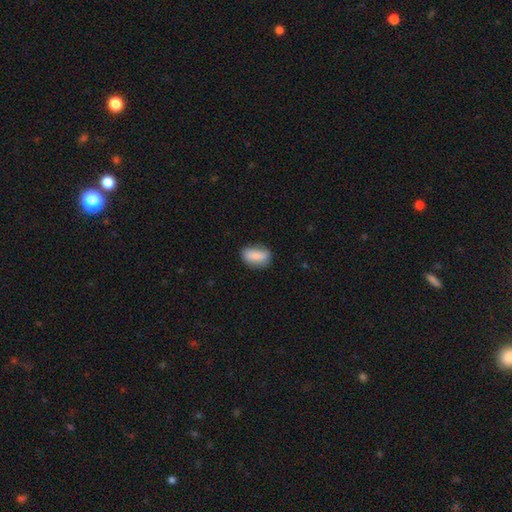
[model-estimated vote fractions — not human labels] Smooth or featured? smooth (85%)
How rounded? in between (87%)
Merging? none (73%)